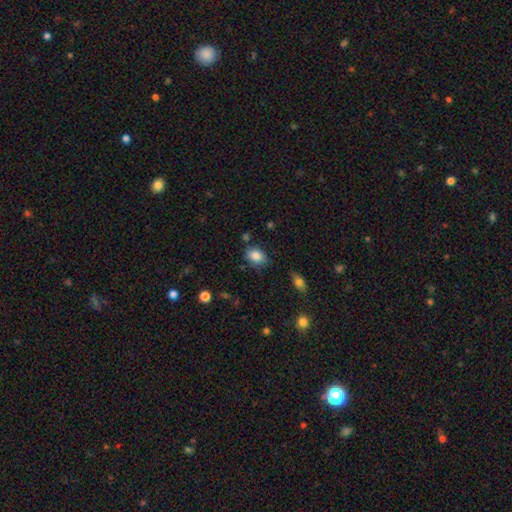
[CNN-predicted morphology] Smooth or featured: smooth — 85% (star or artifact — 9%)
How rounded: in between — 74% (round — 25%)
Merging: none — 75% (minor disturbance — 17%)